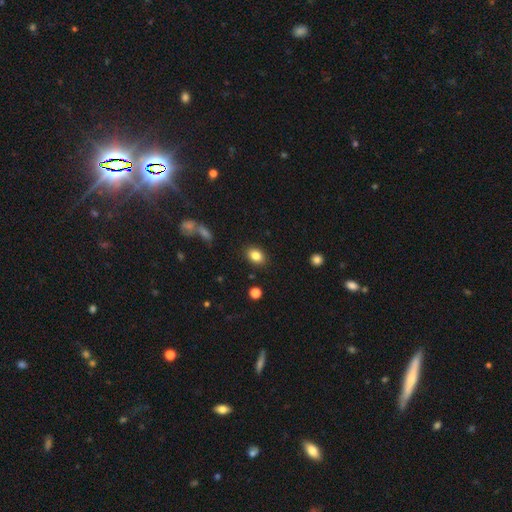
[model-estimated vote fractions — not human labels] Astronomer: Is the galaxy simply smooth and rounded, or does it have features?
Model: smooth — 83%.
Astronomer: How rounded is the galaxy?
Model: in between — 71%.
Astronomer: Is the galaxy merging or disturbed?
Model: none — 87%.